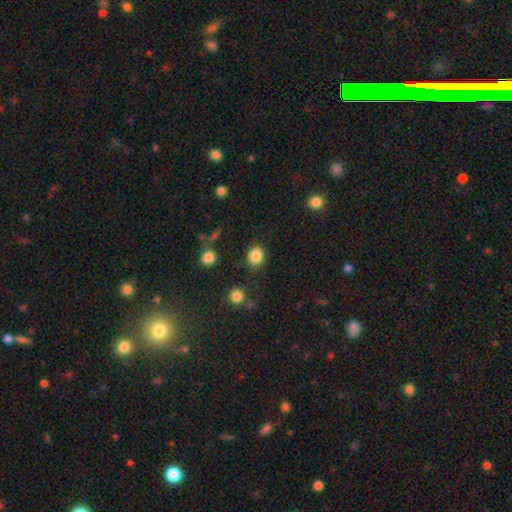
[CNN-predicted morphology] type=smooth (84%); roundness=round (63%); merging=none (80%).